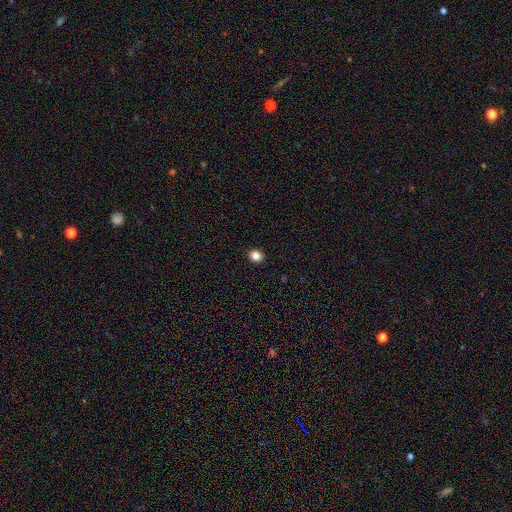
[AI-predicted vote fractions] smooth-or-featured: smooth: 85% | star or artifact: 11% | featured or disk: 4%
  how-rounded: round: 70% | in between: 30% | cigar-shaped: 1%
  merging: none: 92% | minor disturbance: 5% | major disturbance: 2% | merger: 1%